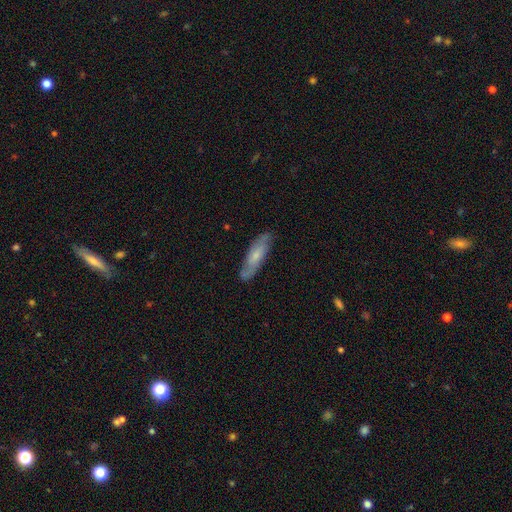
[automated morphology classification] Smooth or featured: featured or disk — 49% (smooth — 44%)
Merging: none — 79% (minor disturbance — 16%)